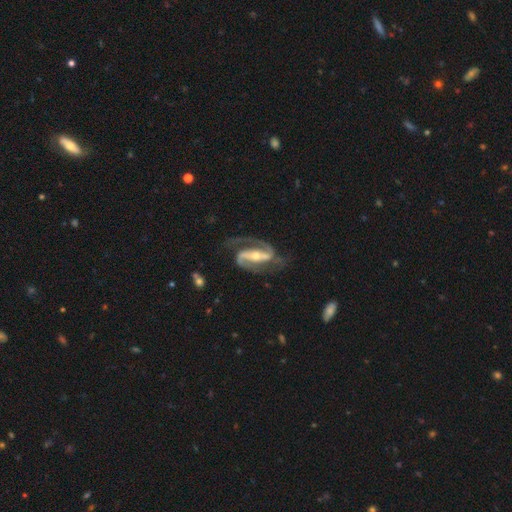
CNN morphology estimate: The model was most divided on "bulge size": moderate: 50%, small: 45%, large: 3%, none: 1%, dominant: 1%. More confident: spiral arms — yes (98%); edge-on disk — no (96%); smooth or featured — featured or disk (92%); spiral arm count — 2 (92%); merging — none (71%); bar — strong (66%); spiral winding — medium (56%).